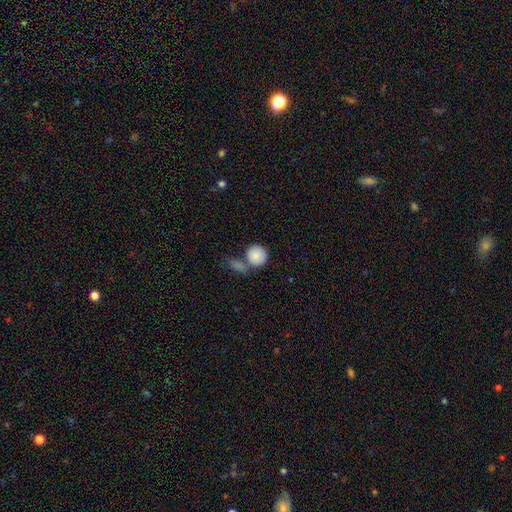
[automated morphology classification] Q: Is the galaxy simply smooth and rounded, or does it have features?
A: smooth — 86%.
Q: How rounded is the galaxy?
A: round — 89%.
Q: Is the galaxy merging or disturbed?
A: none — 50%.